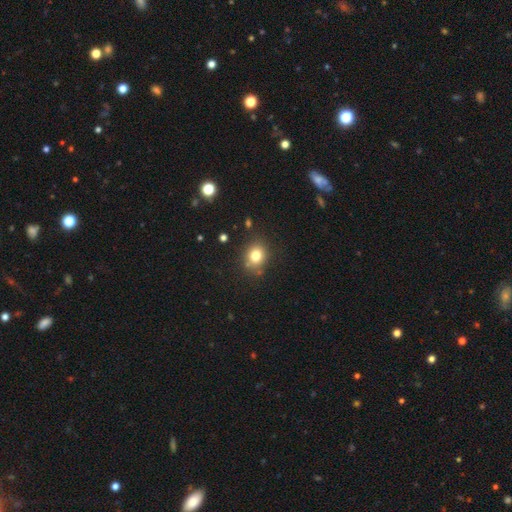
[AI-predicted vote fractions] Q: Smooth or featured?
A: smooth (79%); runner-up: star or artifact (13%)
Q: How rounded?
A: round (64%); runner-up: in between (35%)
Q: Merging?
A: none (81%); runner-up: minor disturbance (12%)